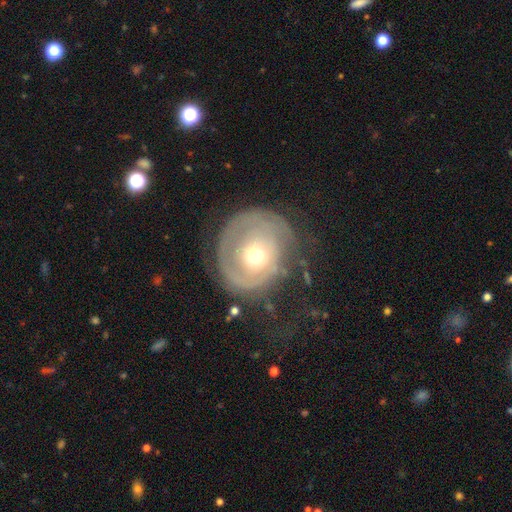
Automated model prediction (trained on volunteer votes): Smooth or featured? featured or disk (67%)
Edge-on disk? no (97%)
Bar? no (83%)
Spiral arms? yes (69%)
Bulge size? moderate (58%)
Merging? none (58%)